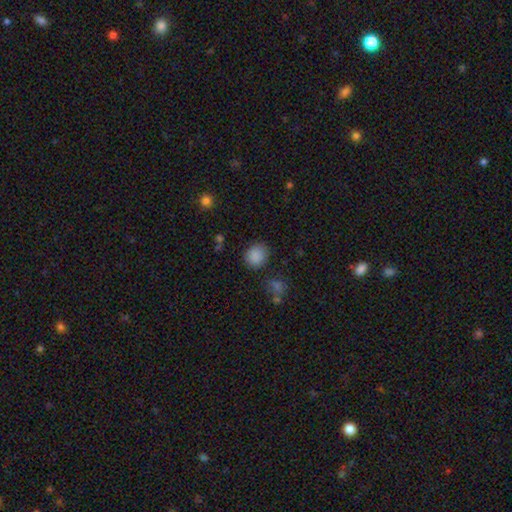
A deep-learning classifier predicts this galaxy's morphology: This is clearly a smooth galaxy (85%). How rounded: likely round (76%). Merging: clearly none (81%).